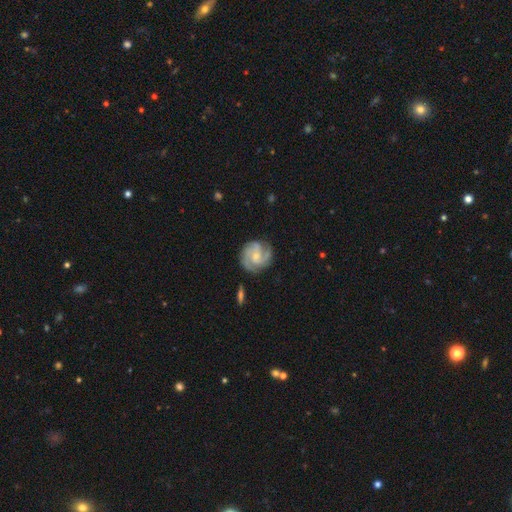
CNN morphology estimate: A featured or disk galaxy (87%) with no bar (56%), 3 (53%) tight (51%) spiral arms (98%) and a small central bulge (59%). Merging: none (78%).